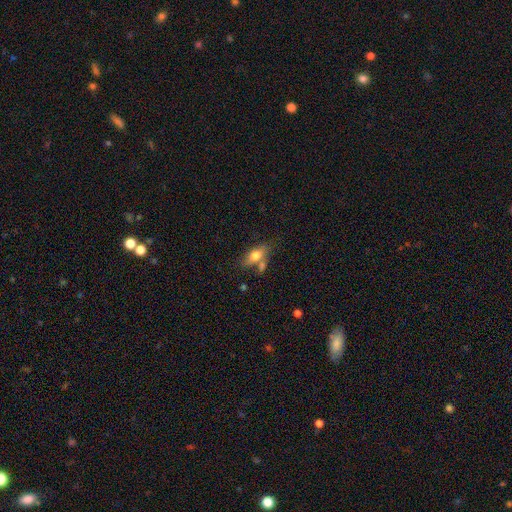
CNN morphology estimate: Overall: smooth (71%). How rounded: in between (80%). Merging: none (55%; merger 23%).